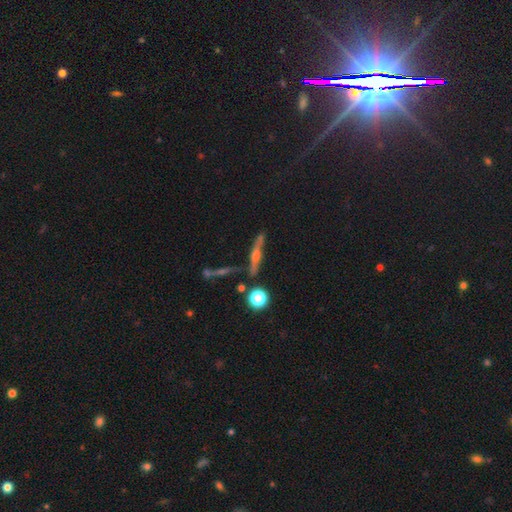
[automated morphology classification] type=featured or disk (64%); edge-on=yes (93%); edge-on bulge=rounded (80%); merging=none (76%).